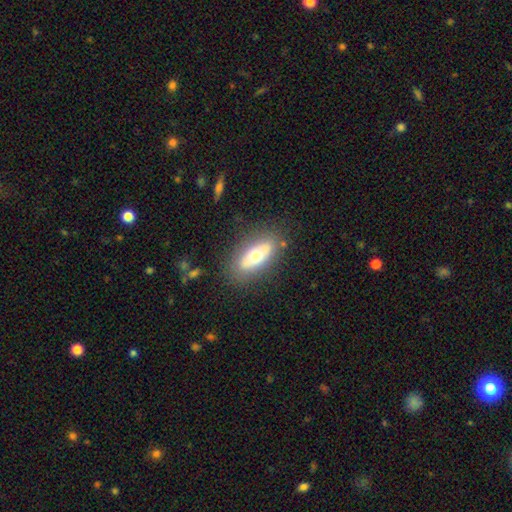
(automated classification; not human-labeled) The model was most divided on "smooth or featured": smooth: 53%, featured or disk: 40%, star or artifact: 7%. More confident: how rounded — in between (82%); merging — none (81%).